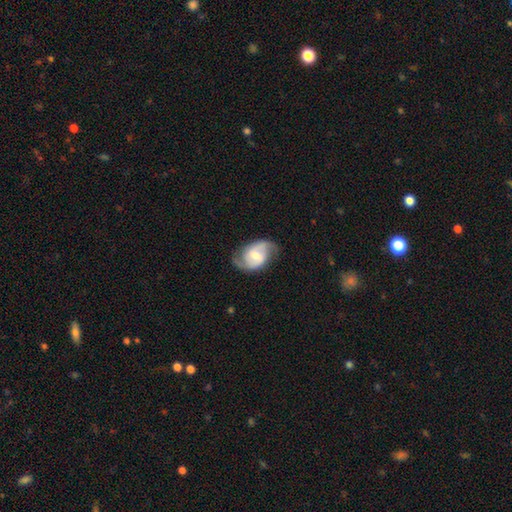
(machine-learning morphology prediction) Q: Smooth or featured?
A: featured or disk (80%); runner-up: smooth (14%)
Q: Edge-on disk?
A: no (97%); runner-up: yes (3%)
Q: Bar?
A: weak (51%); runner-up: no (33%)
Q: Spiral arms?
A: yes (95%); runner-up: no (5%)
Q: Spiral winding?
A: medium (50%); runner-up: loose (30%)
Q: Spiral arm count?
A: 2 (90%); runner-up: can't tell (5%)
Q: Bulge size?
A: moderate (55%); runner-up: small (32%)
Q: Merging?
A: none (74%); runner-up: minor disturbance (18%)